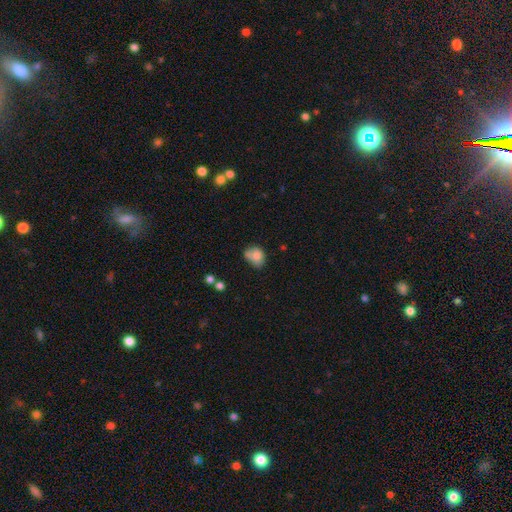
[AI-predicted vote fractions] The model was most divided on "how rounded": round: 51%, in between: 49%, cigar-shaped: 1%. Remaining: smooth or featured — smooth (79%); merging — none (42%).